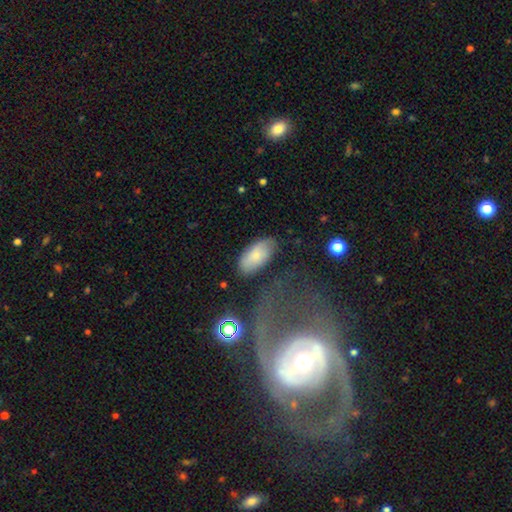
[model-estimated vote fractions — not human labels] Morphology: type=smooth (73%); roundness=in between (92%); merging=none (75%).